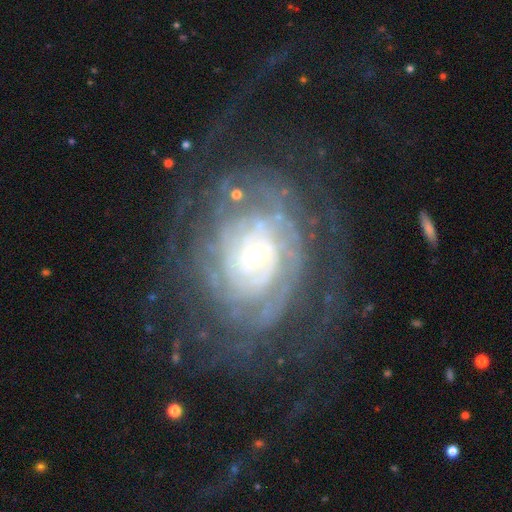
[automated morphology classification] Overall: featured or disk (85%). Edge-on disk: no (97%). Bar: no (65%; weak 26%). Spiral arms: yes (92%). Spiral arm count: can't tell (45%; 2 16%). Spiral winding: tight (72%). Bulge size: small (72%). Merging: none (67%).